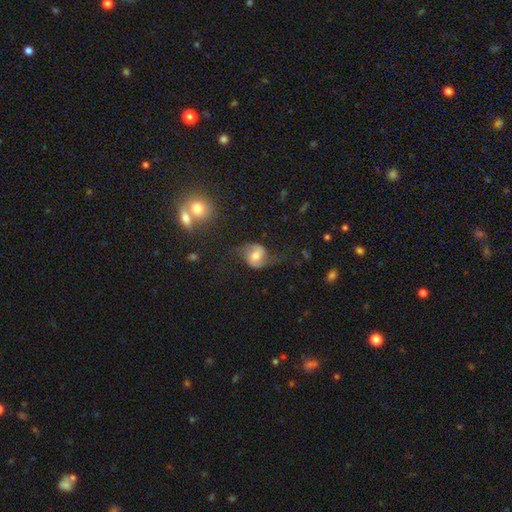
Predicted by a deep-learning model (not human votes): The model was most divided on "bar": weak: 43%, no: 42%, strong: 15%. More confident: edge-on disk — no (97%); spiral arms — yes (94%); spiral arm count — 2 (92%); smooth or featured — featured or disk (74%); merging — none (67%); bulge size — moderate (66%); spiral winding — loose (61%).